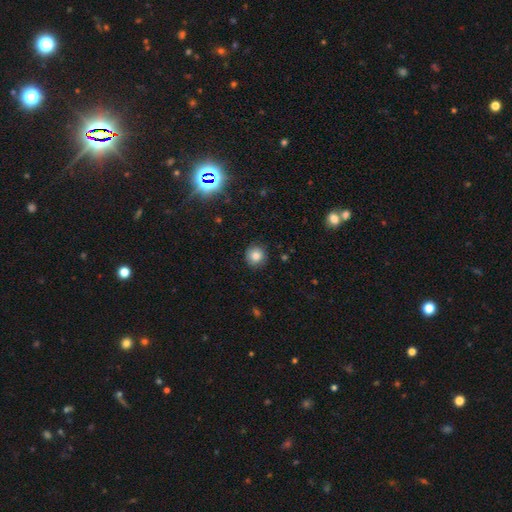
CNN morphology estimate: Smooth or featured: smooth — 81% (star or artifact — 12%)
How rounded: round — 92% (in between — 7%)
Merging: none — 87% (minor disturbance — 9%)